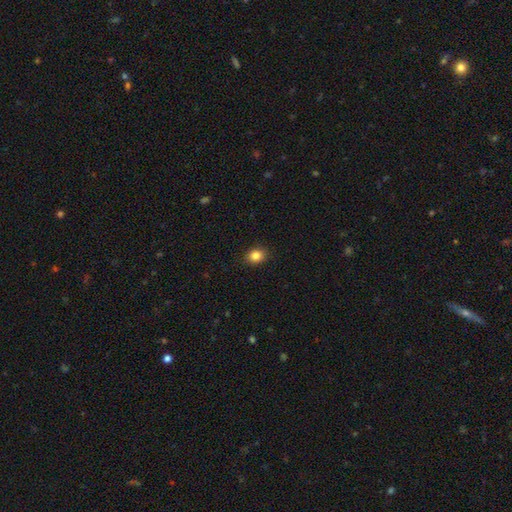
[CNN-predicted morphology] type=smooth (84%); roundness=round (54%); merging=none (89%).